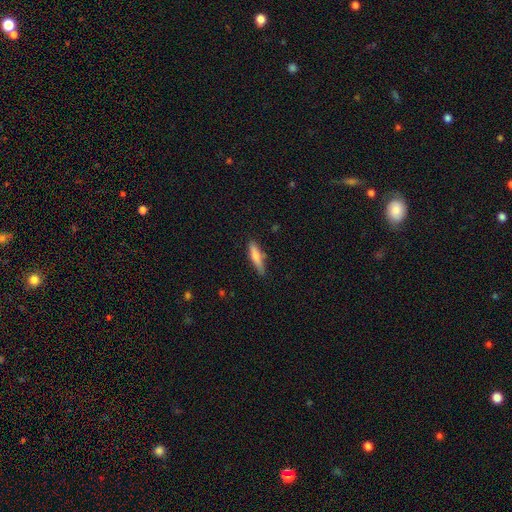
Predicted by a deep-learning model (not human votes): Overall: smooth (67%). How rounded: cigar-shaped (79%). Merging: none (75%).